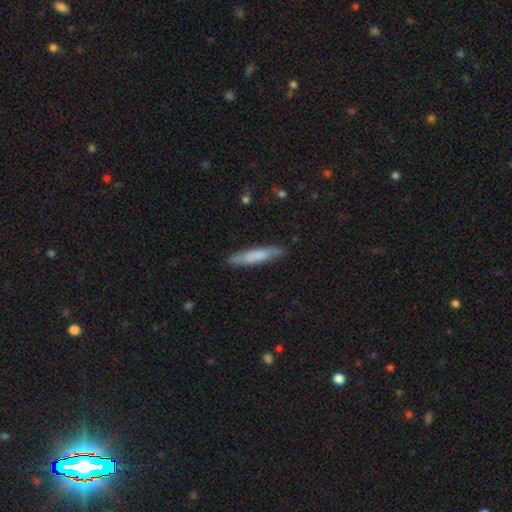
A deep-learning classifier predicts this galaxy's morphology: Smooth or featured?
  - smooth: 70% *
  - featured or disk: 25%
  - star or artifact: 5%
How rounded?
  - cigar-shaped: 88% *
  - in between: 11%
  - round: 1%
Merging?
  - none: 85% *
  - minor disturbance: 12%
  - major disturbance: 2%
  - merger: 1%